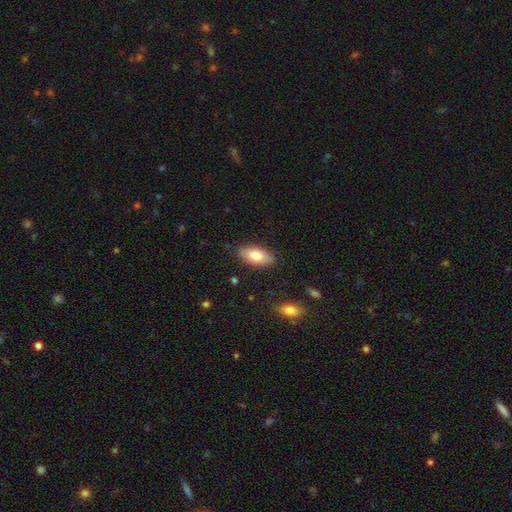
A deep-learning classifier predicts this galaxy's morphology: Overall: smooth (79%). How rounded: in between (89%). Merging: none (86%).